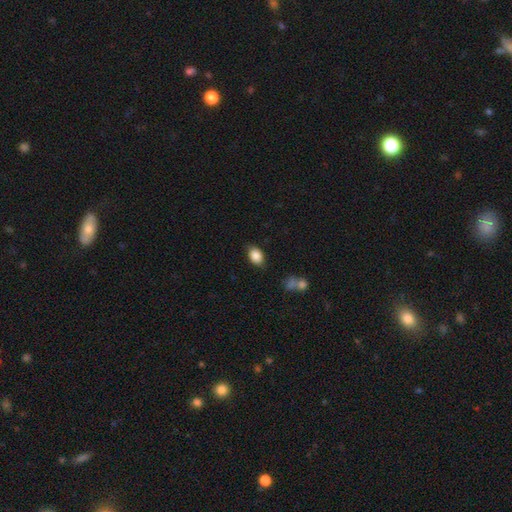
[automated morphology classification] This is clearly a smooth galaxy (87%). How rounded: clearly in between (82%). Merging: clearly none (82%).